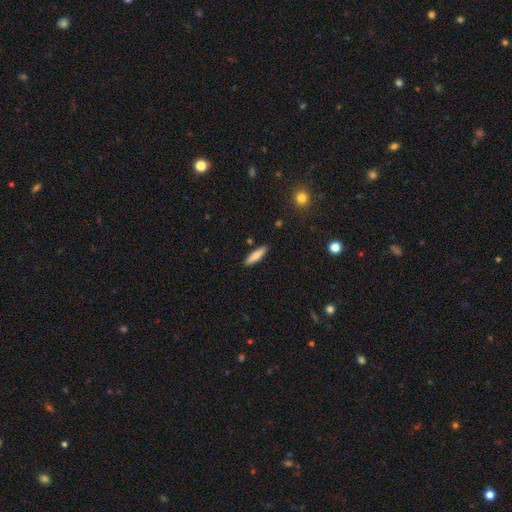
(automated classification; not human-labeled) A smooth galaxy with no disk features (79%) that is cigar-shaped (71%). Merging: none (89%).